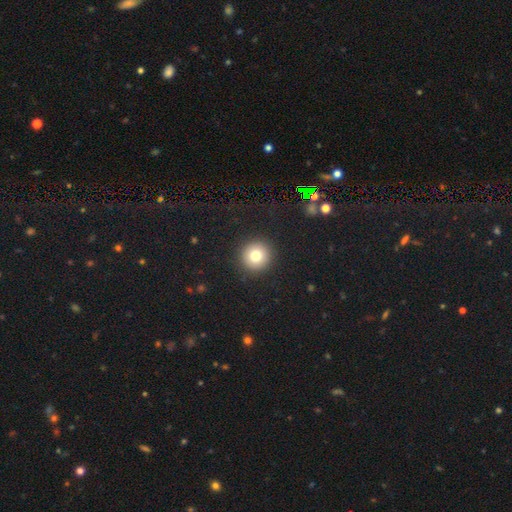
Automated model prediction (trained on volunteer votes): Q: Smooth or featured?
A: smooth (78%); runner-up: star or artifact (11%)
Q: How rounded?
A: round (96%); runner-up: in between (4%)
Q: Merging?
A: none (92%); runner-up: minor disturbance (5%)